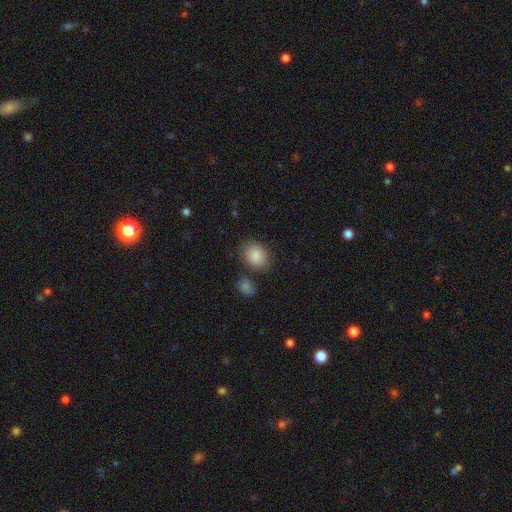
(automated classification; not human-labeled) Smooth or featured? smooth (88%)
How rounded? in between (50%)
Merging? none (75%)